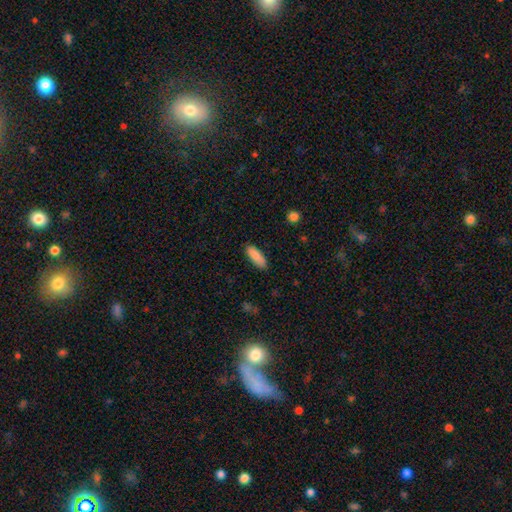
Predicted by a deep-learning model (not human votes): Smooth or featured? Predicted: smooth (p=0.89). How rounded? Predicted: in between (p=0.66). Merging? Predicted: none (p=0.86).